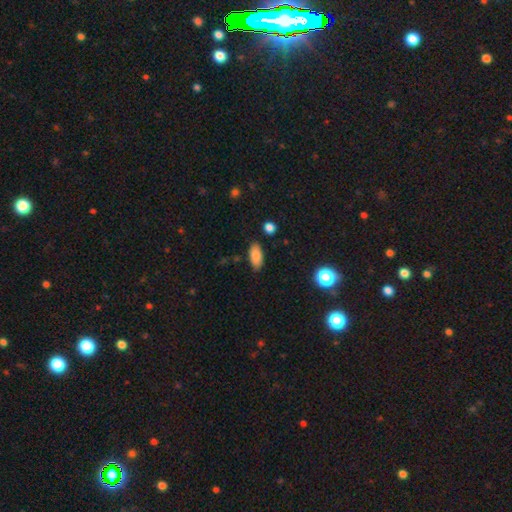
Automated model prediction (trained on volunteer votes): Smooth or featured?
  - smooth: 85% *
  - star or artifact: 8%
  - featured or disk: 7%
How rounded?
  - in between: 89% *
  - cigar-shaped: 7%
  - round: 3%
Merging?
  - none: 83% *
  - minor disturbance: 12%
  - major disturbance: 2%
  - merger: 2%